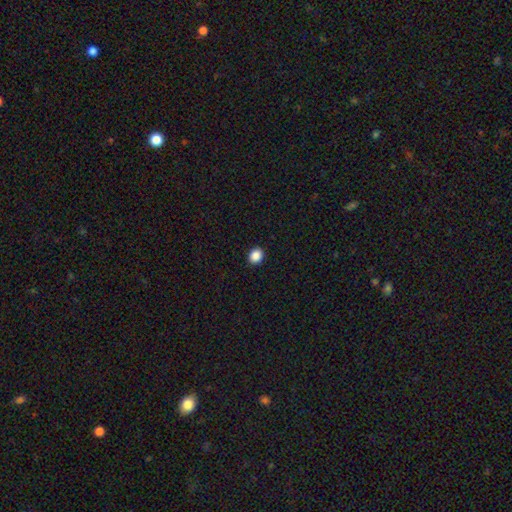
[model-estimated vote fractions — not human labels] smooth-or-featured: smooth: 87% | star or artifact: 10% | featured or disk: 3%
  how-rounded: round: 69% | in between: 30% | cigar-shaped: 1%
  merging: none: 93% | minor disturbance: 5% | major disturbance: 2% | merger: 1%